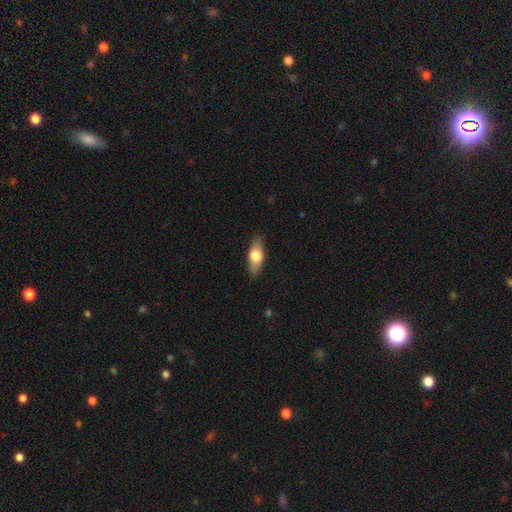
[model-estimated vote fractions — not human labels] Smooth or featured? Predicted: smooth (p=0.62). How rounded? Predicted: in between (p=0.72). Merging? Predicted: none (p=0.86).